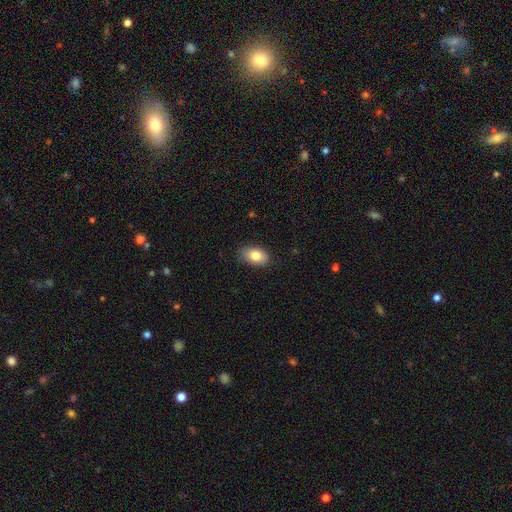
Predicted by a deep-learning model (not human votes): Morphology: type=smooth (82%); roundness=in between (88%); merging=none (82%).